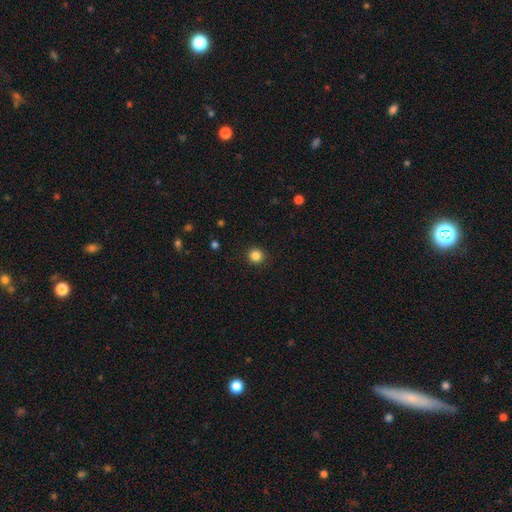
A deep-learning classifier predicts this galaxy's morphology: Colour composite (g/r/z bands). It shows a smooth galaxy with no disk features (84%) that is round (94%). Merging: none (92%).